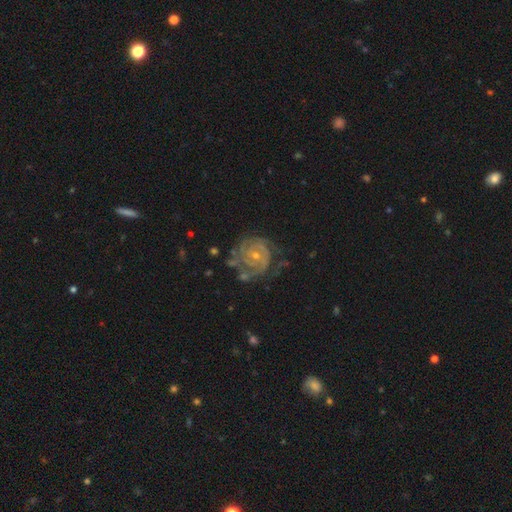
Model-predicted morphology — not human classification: The model was most divided on "spiral arm count": 2: 30%, can't tell: 26%, 3: 24%, 4: 9%, 1: 6%, more than 4: 5%. More confident: edge-on disk — no (98%); spiral arms — yes (96%); smooth or featured — featured or disk (88%); spiral winding — tight (76%); bar — no (70%); bulge size — small (63%); merging — none (58%).